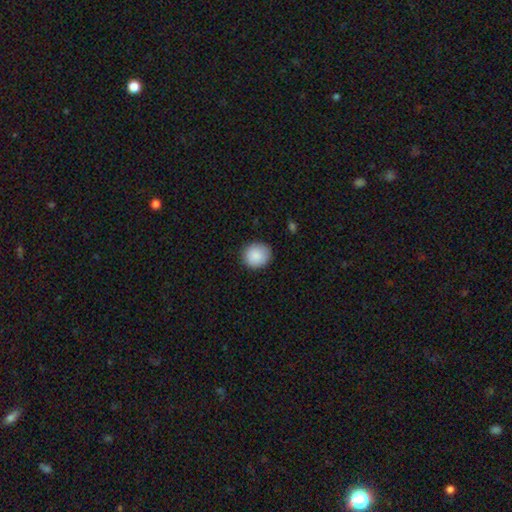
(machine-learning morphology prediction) Smooth or featured: smooth — 89% (star or artifact — 7%)
How rounded: round — 83% (in between — 16%)
Merging: none — 87% (minor disturbance — 10%)